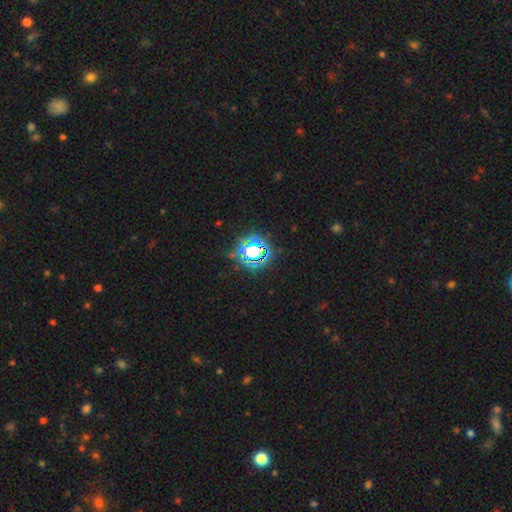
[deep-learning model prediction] Morphology: type=star or artifact (72%).